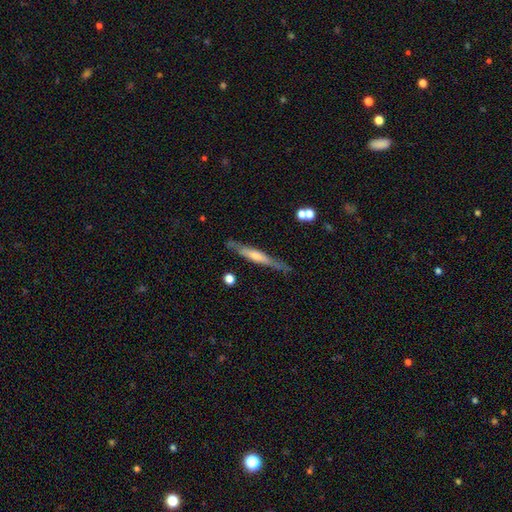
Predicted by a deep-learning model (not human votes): featured or disk 61%, smooth 33%, star or artifact 6%. Down the decision tree: edge-on disk — yes (93%); edge-on bulge — rounded (46%); merging — none (79%).